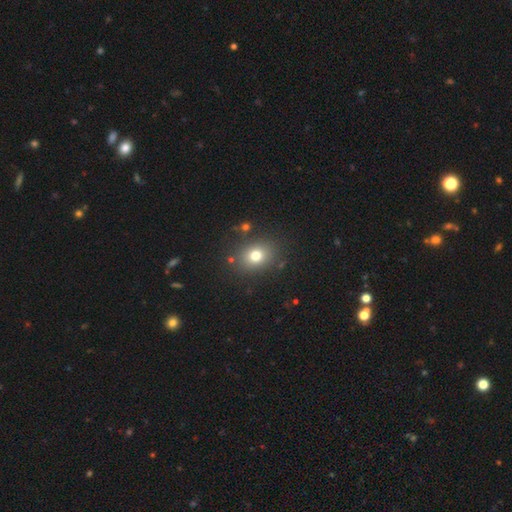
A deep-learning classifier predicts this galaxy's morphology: This is likely a smooth galaxy (76%). How rounded: possibly round (55%). Merging: clearly none (85%).